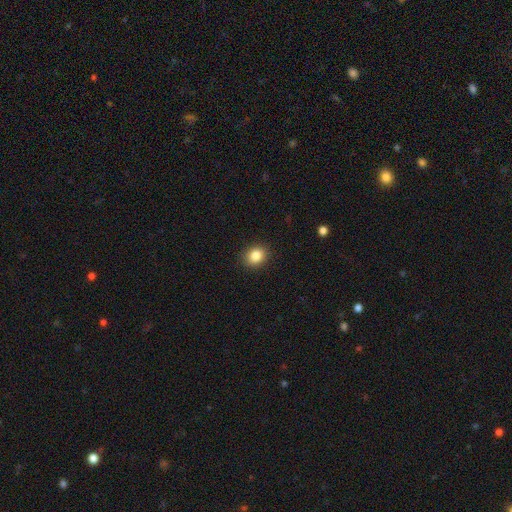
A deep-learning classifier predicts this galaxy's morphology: The model was most divided on "how rounded": round: 65%, in between: 34%, cigar-shaped: 1%. More confident: merging — none (90%); smooth or featured — smooth (85%).